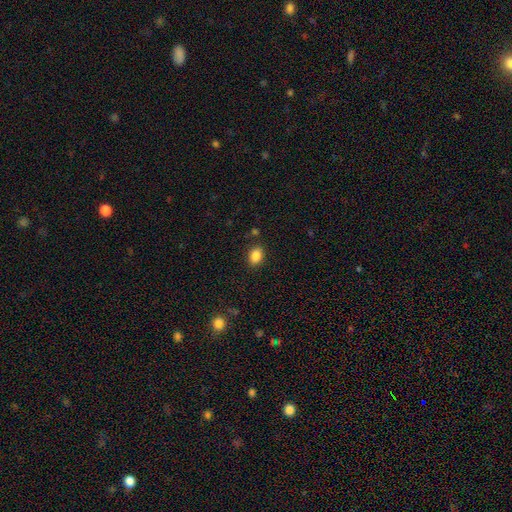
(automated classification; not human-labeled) This appears to be a smooth galaxy with no disk features (86%) that is in between round and cigar-shaped (76%). Merging: none (85%).